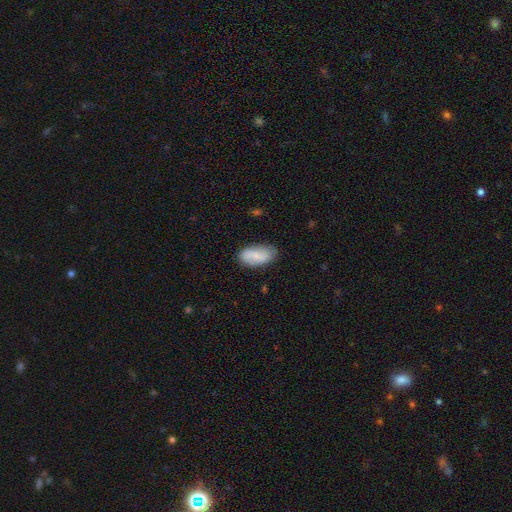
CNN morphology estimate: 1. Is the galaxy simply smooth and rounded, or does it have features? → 65% smooth, 28% featured or disk, 7% star or artifact.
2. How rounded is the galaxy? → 92% in between, 5% cigar-shaped, 3% round.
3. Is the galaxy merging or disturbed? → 77% none, 17% minor disturbance, 4% major disturbance, 2% merger.